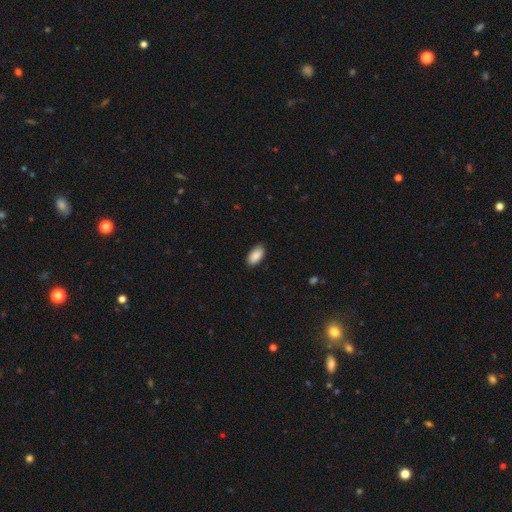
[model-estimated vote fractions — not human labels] A smooth galaxy with no disk features (90%) that is in between round and cigar-shaped (95%).

Vote fractions:
- Smooth or featured? smooth: 90% / star or artifact: 6% / featured or disk: 4%
- How rounded? in between: 95% / cigar-shaped: 3% / round: 3%
- Merging? none: 87% / minor disturbance: 10% / major disturbance: 2% / merger: 1%